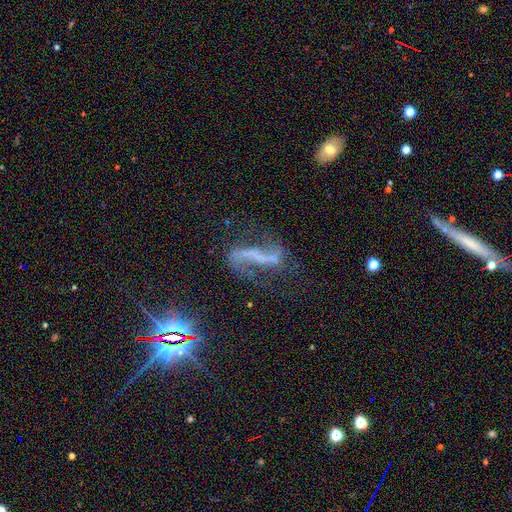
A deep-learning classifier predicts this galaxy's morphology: type=featured or disk (70%); edge-on=no (90%); bar=strong (54%); spiral arms=yes (84%); winding=loose (80%); arm count=2 (84%); bulge=none (63%); merging=none (51%).